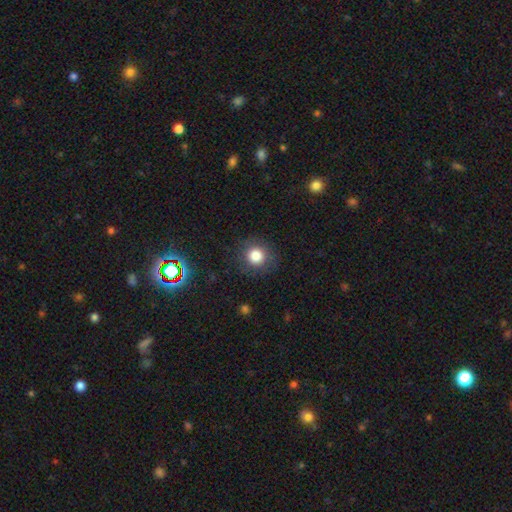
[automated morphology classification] Smooth or featured? smooth (81%)
How rounded? round (90%)
Merging? none (86%)